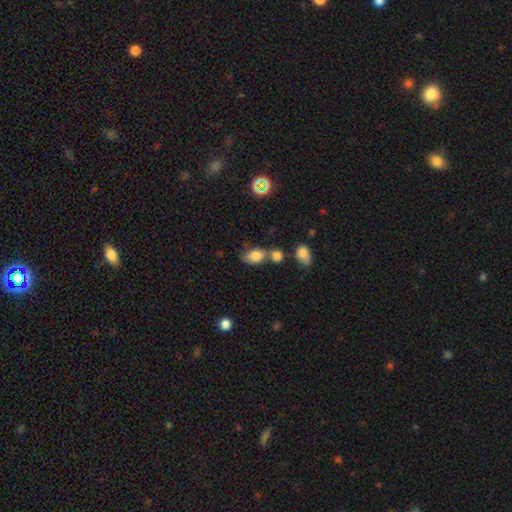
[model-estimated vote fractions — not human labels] Smooth or featured? Predicted: smooth (p=0.77). How rounded? Predicted: in between (p=0.83). Merging? Predicted: none (p=0.39).